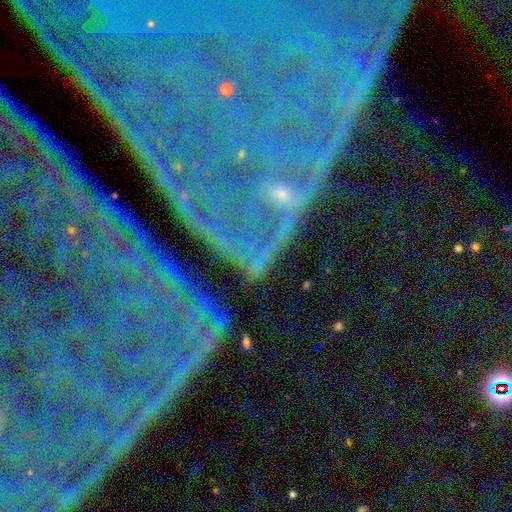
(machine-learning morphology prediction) This appears to be a star or artifact, not a galaxy (59%).